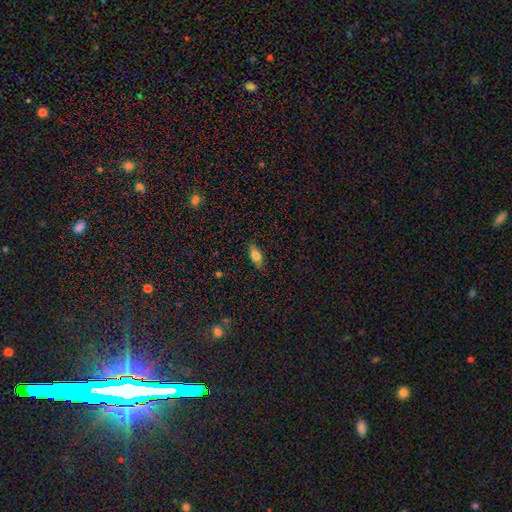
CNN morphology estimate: A smooth galaxy with no disk features (71%) that is in between round and cigar-shaped (78%). Merging: none (84%).